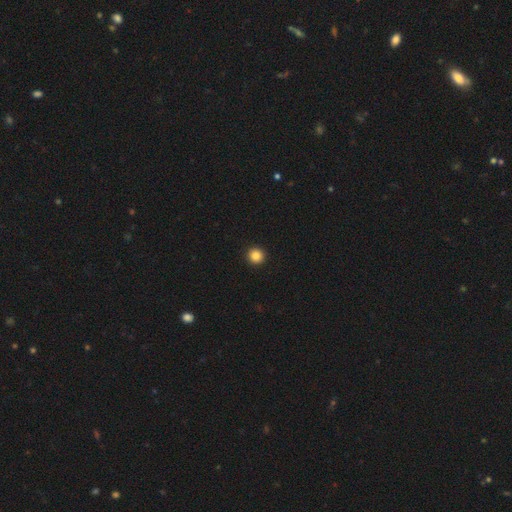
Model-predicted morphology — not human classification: smooth_or_featured: smooth (p=0.86) [alt: star or artifact p=0.10]
how_rounded: round (p=0.96) [alt: in between p=0.04]
merging: none (p=0.94) [alt: minor disturbance p=0.04]